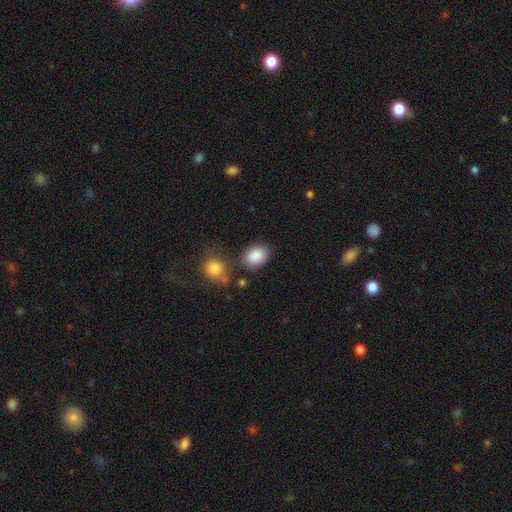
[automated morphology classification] type=smooth (88%); roundness=in between (64%); merging=none (74%).